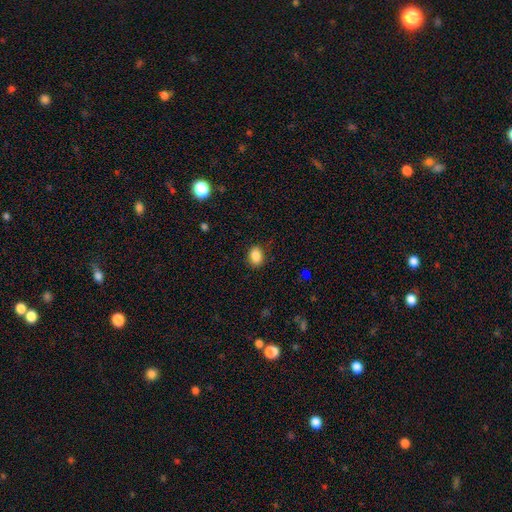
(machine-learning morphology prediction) Overall: smooth (87%). How rounded: in between (76%). Merging: none (85%).